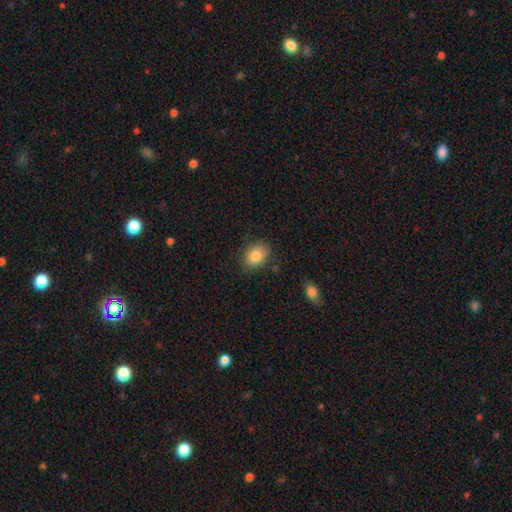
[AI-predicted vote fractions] Overall: smooth (85%). How rounded: in between (71%). Merging: none (82%).